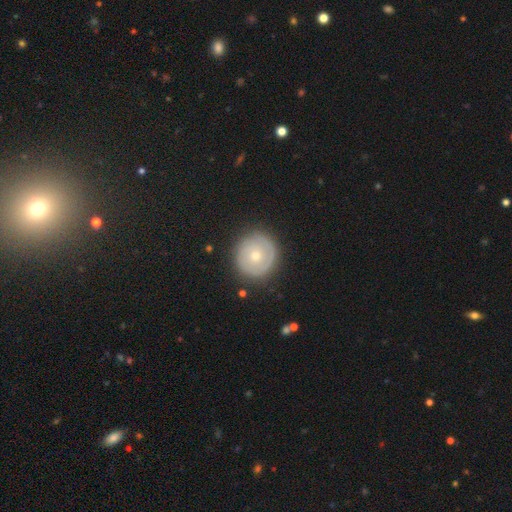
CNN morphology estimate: smooth-or-featured: featured or disk: 51% | smooth: 42% | star or artifact: 7%
  disk-edge-on: no: 96% | yes: 4%
  merging: none: 85% | minor disturbance: 11% | major disturbance: 3% | merger: 1%